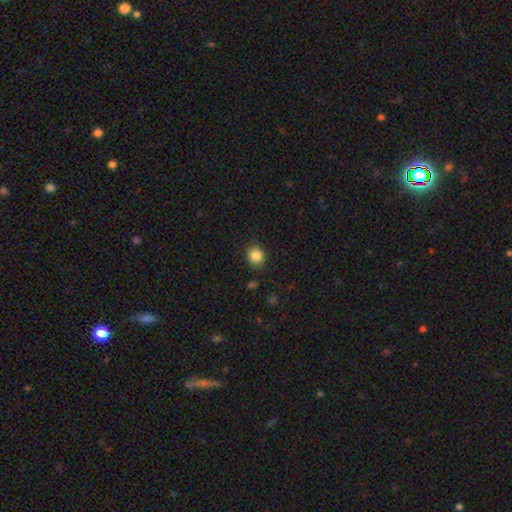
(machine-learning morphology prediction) A smooth galaxy with no disk features (85%) that is round (69%).

Vote fractions:
- Smooth or featured? smooth: 85% / star or artifact: 10% / featured or disk: 4%
- How rounded? round: 69% / in between: 30% / cigar-shaped: 1%
- Merging? none: 88% / minor disturbance: 8% / major disturbance: 2% / merger: 1%